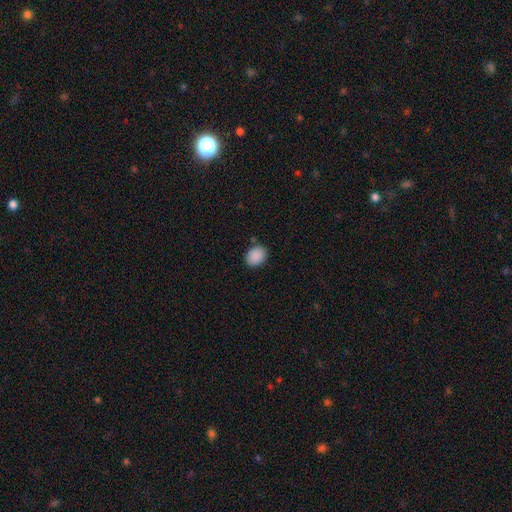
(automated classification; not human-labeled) Overall: smooth (89%). How rounded: round (50%; in between 49%). Merging: none (85%).